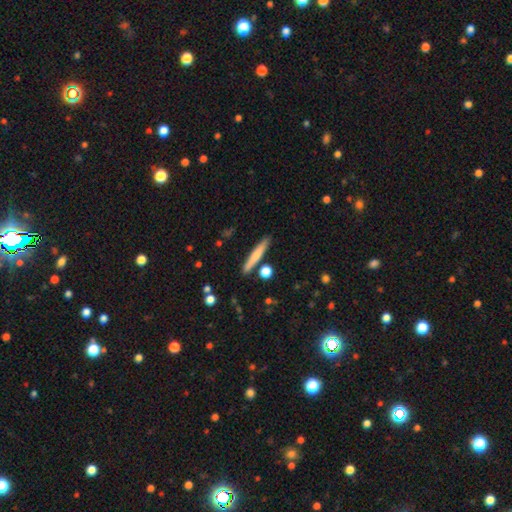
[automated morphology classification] smooth-or-featured: smooth: 69% | featured or disk: 24% | star or artifact: 6%
  how-rounded: cigar-shaped: 92% | in between: 5% | round: 2%
  merging: none: 86% | minor disturbance: 8% | merger: 4% | major disturbance: 2%